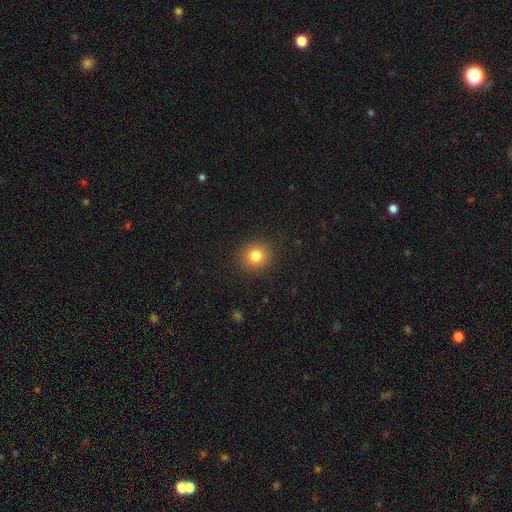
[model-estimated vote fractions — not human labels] This is clearly a smooth galaxy (82%). How rounded: clearly round (86%). Merging: clearly none (90%).